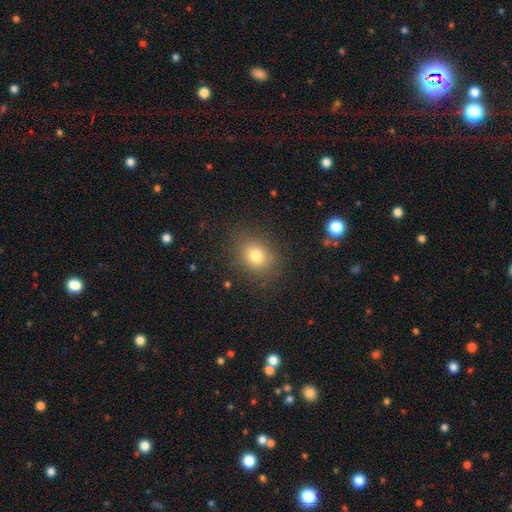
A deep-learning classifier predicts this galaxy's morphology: This is likely a smooth galaxy (77%). How rounded: likely round (64%). Merging: clearly none (85%).